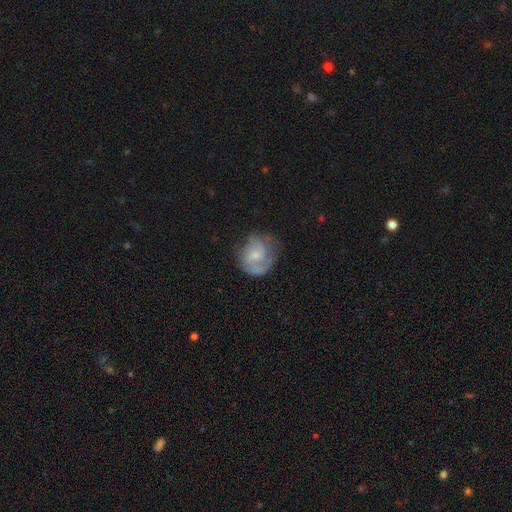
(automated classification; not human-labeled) This appears to be a featured or disk galaxy (69%) with no bar (57%), 2 (56%) medium (45%) spiral arms (89%) and a small central bulge (62%). Merging: none (61%).